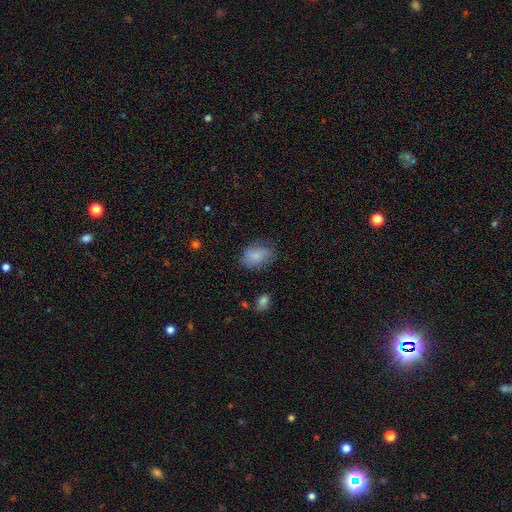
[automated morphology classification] A smooth galaxy with no disk features (83%) that is in between round and cigar-shaped (81%). Merging: none (69%).